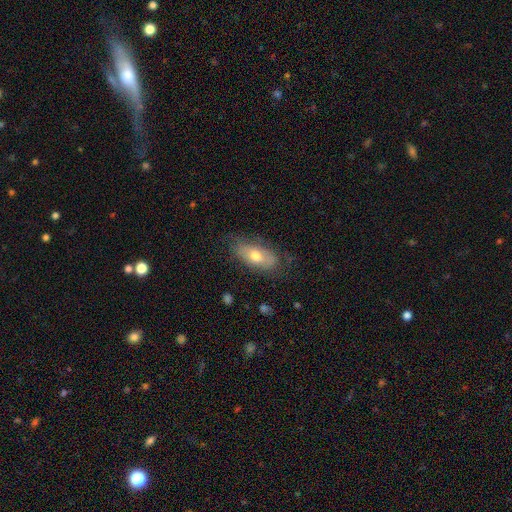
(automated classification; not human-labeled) Overall: smooth (58%; featured or disk 34%). How rounded: in between (84%). Merging: none (69%).